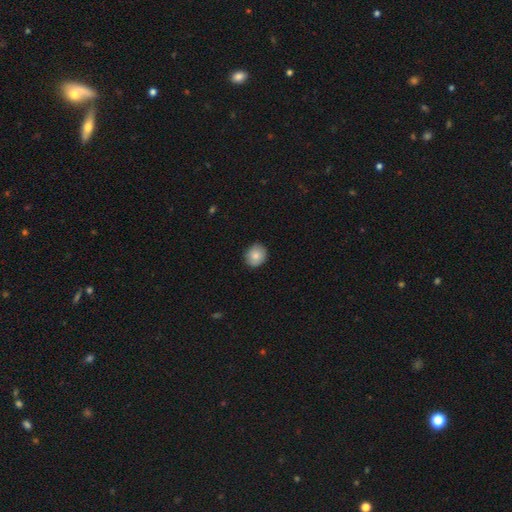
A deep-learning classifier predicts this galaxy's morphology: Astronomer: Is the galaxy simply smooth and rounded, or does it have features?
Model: smooth — 83%.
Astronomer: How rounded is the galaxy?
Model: round — 78%.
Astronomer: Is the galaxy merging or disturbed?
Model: none — 87%.